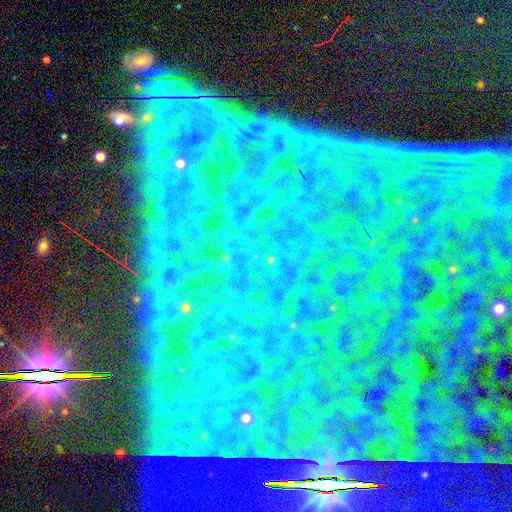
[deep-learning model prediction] Smooth or featured? star or artifact (87%)